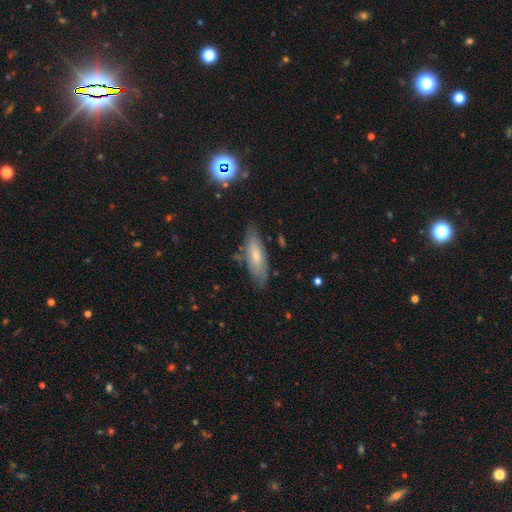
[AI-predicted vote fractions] This is possibly a smooth galaxy (57%). How rounded: possibly in between (54%). Merging: likely none (75%).